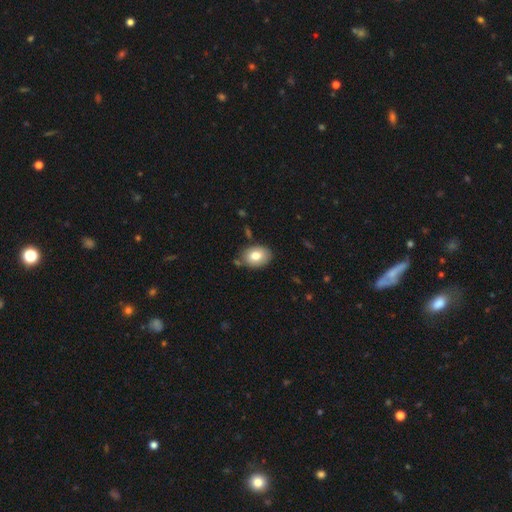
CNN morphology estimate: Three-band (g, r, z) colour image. It shows a smooth galaxy with no disk features (78%) that is in between round and cigar-shaped (76%). Merging: none (79%).